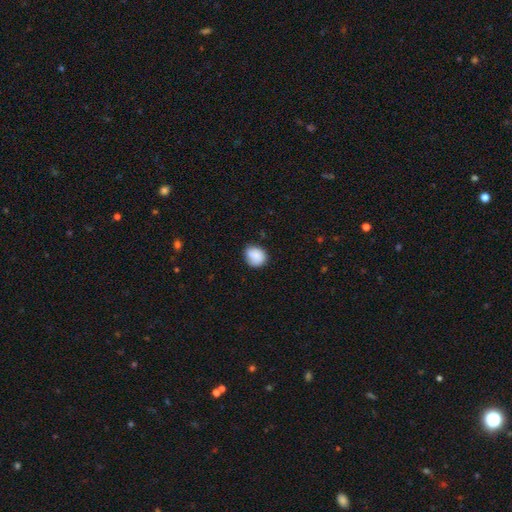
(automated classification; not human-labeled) Smooth or featured: smooth — 85% (star or artifact — 8%)
How rounded: round — 70% (in between — 29%)
Merging: none — 71% (minor disturbance — 23%)